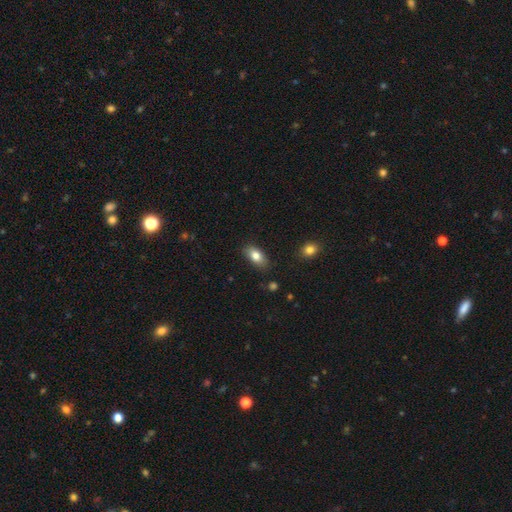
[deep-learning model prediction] A smooth galaxy with no disk features (81%) that is in between round and cigar-shaped (89%). Merging: none (82%).